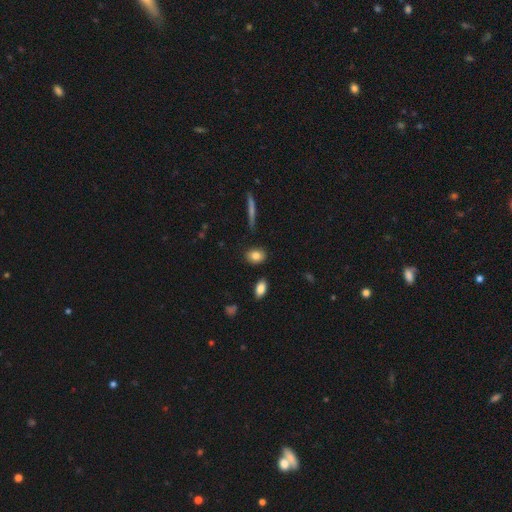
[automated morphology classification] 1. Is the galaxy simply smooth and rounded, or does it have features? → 84% smooth, 8% featured or disk, 8% star or artifact.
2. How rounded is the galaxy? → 66% in between, 30% round, 4% cigar-shaped.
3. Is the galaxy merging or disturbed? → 87% none, 8% minor disturbance, 3% merger, 2% major disturbance.